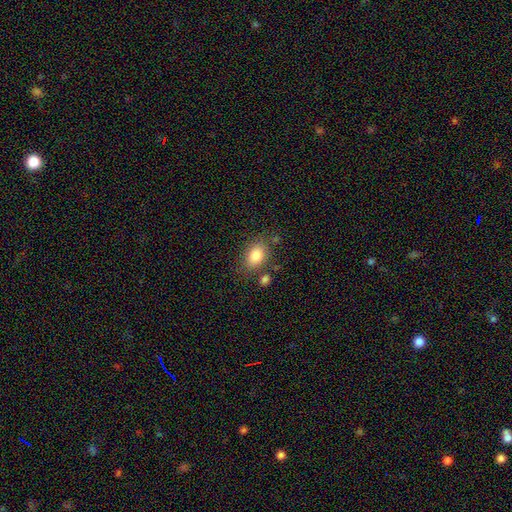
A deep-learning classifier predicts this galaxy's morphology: This appears to be a smooth galaxy with no disk features (82%) that is in between round and cigar-shaped (79%). Merging: none (74%).